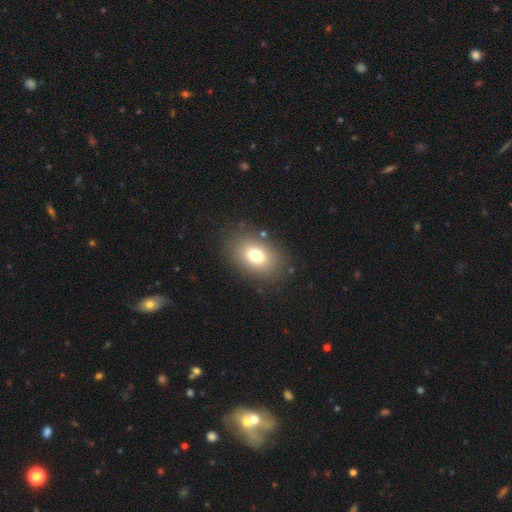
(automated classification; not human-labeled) smooth_or_featured: smooth (p=0.76) [alt: featured or disk p=0.13]
how_rounded: in between (p=0.78) [alt: round p=0.20]
merging: none (p=0.84) [alt: minor disturbance p=0.10]